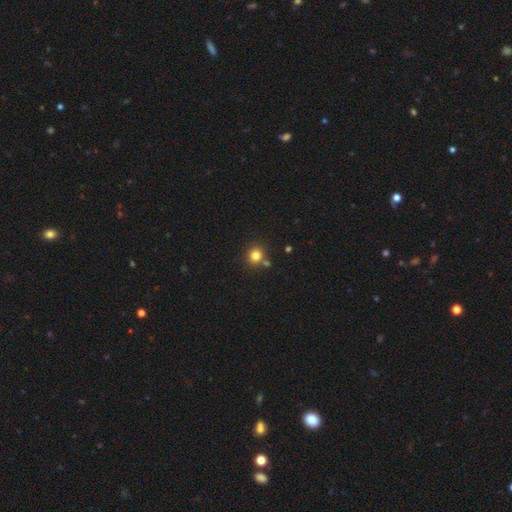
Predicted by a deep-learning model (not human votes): Smooth or featured? smooth (81%)
How rounded? round (87%)
Merging? none (75%)